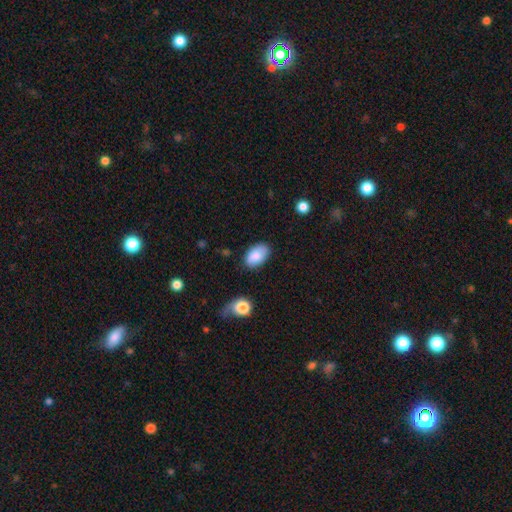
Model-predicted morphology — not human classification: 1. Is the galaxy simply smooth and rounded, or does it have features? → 86% smooth, 7% star or artifact, 7% featured or disk.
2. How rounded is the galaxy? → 93% in between, 5% round, 1% cigar-shaped.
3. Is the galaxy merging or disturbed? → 79% none, 16% minor disturbance, 3% major disturbance, 2% merger.